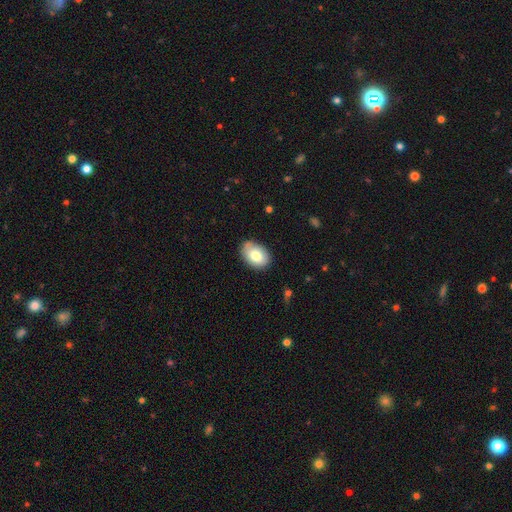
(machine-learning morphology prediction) A smooth galaxy with no disk features (79%) that is in between round and cigar-shaped (83%).

Vote fractions:
- Smooth or featured? smooth: 79% / featured or disk: 14% / star or artifact: 7%
- How rounded? in between: 83% / round: 16% / cigar-shaped: 1%
- Merging? none: 76% / minor disturbance: 19% / major disturbance: 3% / merger: 2%